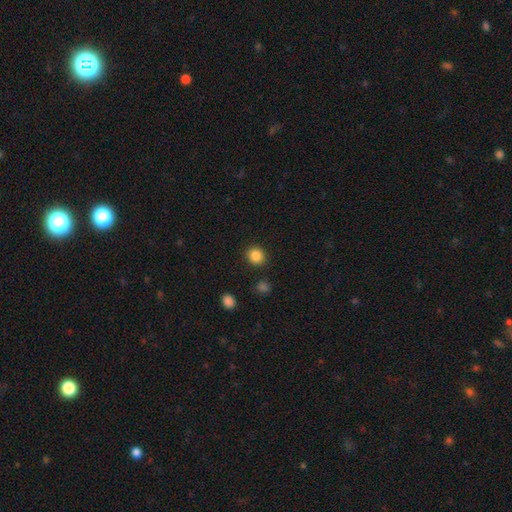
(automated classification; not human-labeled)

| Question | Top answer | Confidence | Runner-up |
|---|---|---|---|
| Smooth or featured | smooth | 86% | star or artifact (10%) |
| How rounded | round | 84% | in between (15%) |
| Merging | none | 90% | minor disturbance (6%) |